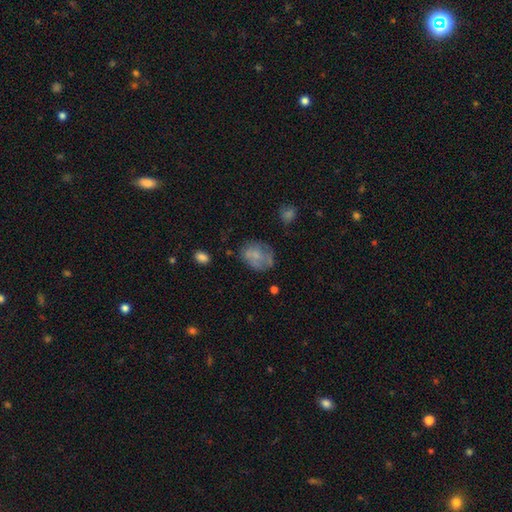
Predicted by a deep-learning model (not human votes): This appears to be a smooth galaxy with no disk features (62%) that is in between round and cigar-shaped (53%). Merging: none (50%).